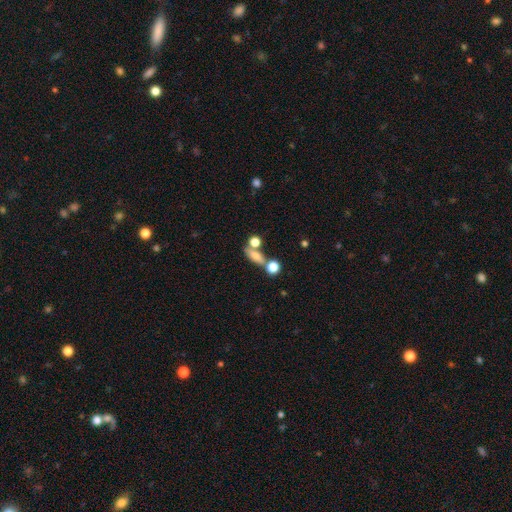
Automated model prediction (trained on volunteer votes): Smooth or featured: smooth — 70% (featured or disk — 16%)
How rounded: in between — 54% (cigar-shaped — 26%)
Merging: none — 51% (merger — 27%)